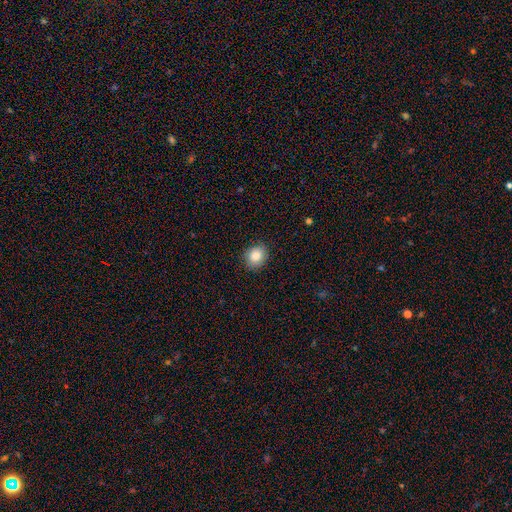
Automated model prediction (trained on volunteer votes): Smooth or featured?
  - smooth: 85% *
  - star or artifact: 9%
  - featured or disk: 6%
How rounded?
  - round: 62% *
  - in between: 37%
  - cigar-shaped: 1%
Merging?
  - none: 87% *
  - minor disturbance: 10%
  - major disturbance: 2%
  - merger: 1%